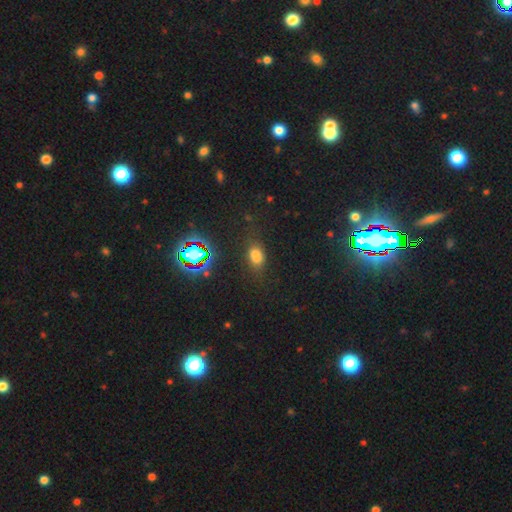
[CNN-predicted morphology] Smooth or featured: smooth — 65% (star or artifact — 25%)
How rounded: in between — 76% (round — 19%)
Merging: none — 70% (minor disturbance — 17%)